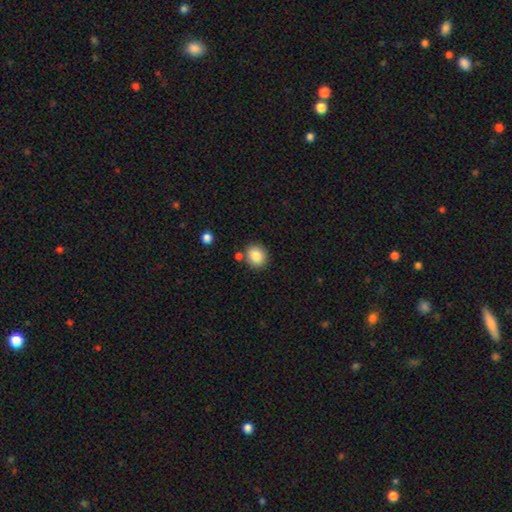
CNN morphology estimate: A smooth galaxy with no disk features (85%) that is round (72%). Merging: none (79%).